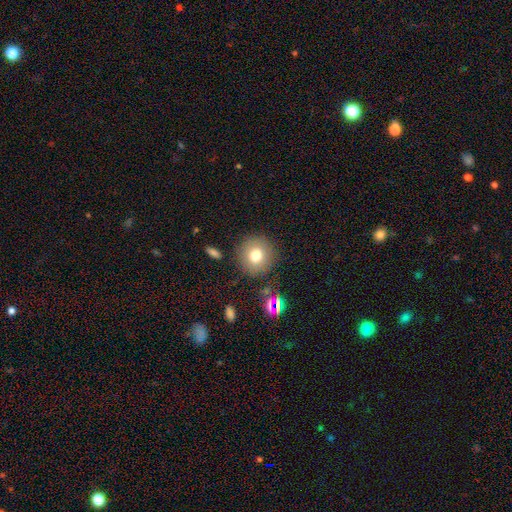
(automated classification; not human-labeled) Smooth or featured?
  - smooth: 74% *
  - star or artifact: 14%
  - featured or disk: 12%
How rounded?
  - round: 93% *
  - in between: 6%
  - cigar-shaped: 1%
Merging?
  - none: 87% *
  - minor disturbance: 7%
  - major disturbance: 3%
  - merger: 3%